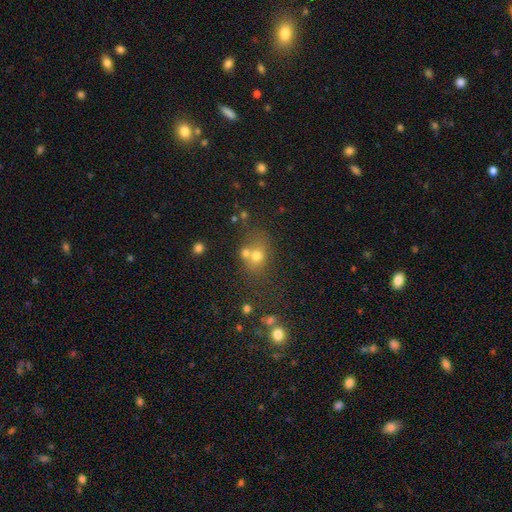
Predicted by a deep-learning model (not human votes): Morphology: type=smooth (67%); roundness=round (58%); merging=none (45%).